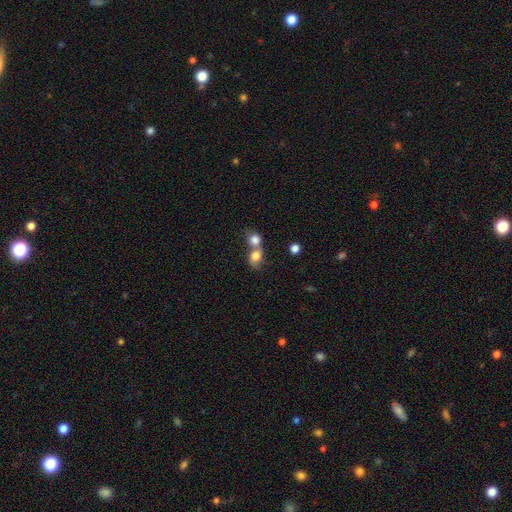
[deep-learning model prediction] Overall: smooth (79%). How rounded: round (60%; in between 38%). Merging: merger (68%).